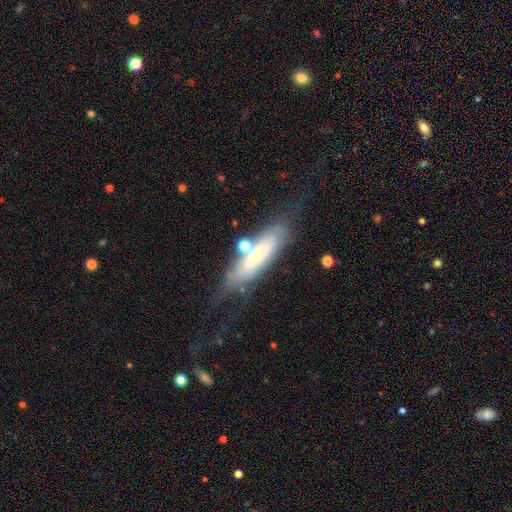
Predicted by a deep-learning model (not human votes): Morphology: type=featured or disk (54%); edge-on=no (59%); merging=none (53%).